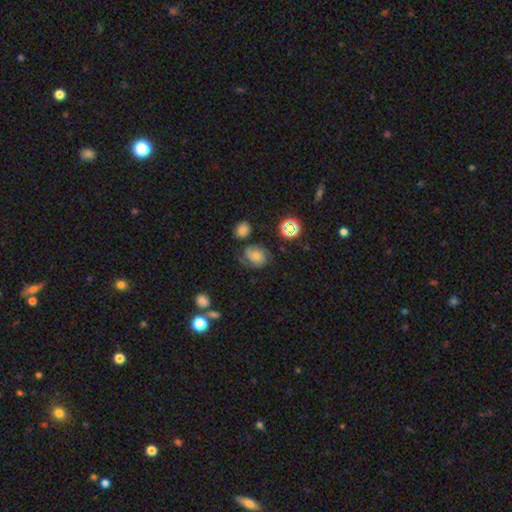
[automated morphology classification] This appears to be a featured or disk galaxy (56%) with no bar (73%), spiral arms (90%) and a moderate central bulge (49%). Merging: none (58%).